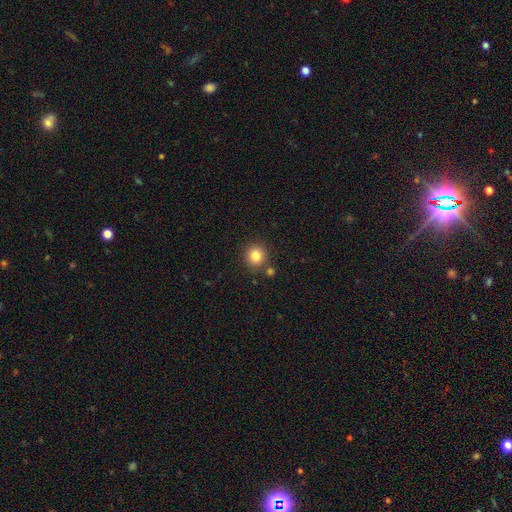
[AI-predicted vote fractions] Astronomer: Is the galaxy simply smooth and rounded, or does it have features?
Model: smooth — 82%.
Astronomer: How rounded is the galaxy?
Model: round — 90%.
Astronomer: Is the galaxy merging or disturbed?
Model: none — 83%.